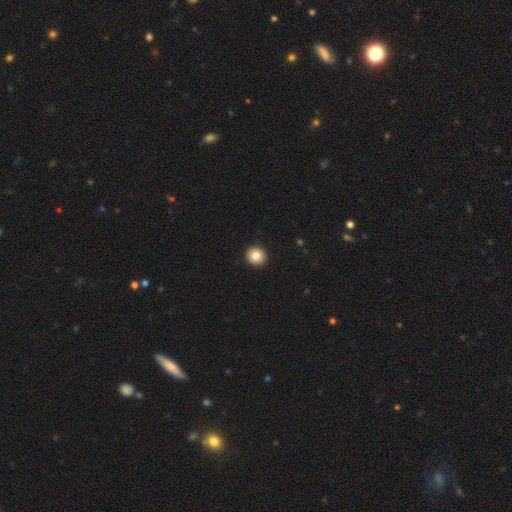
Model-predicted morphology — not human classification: smooth 84%, star or artifact 9%, featured or disk 7%. Down the decision tree: how rounded — round (95%); merging — none (93%).